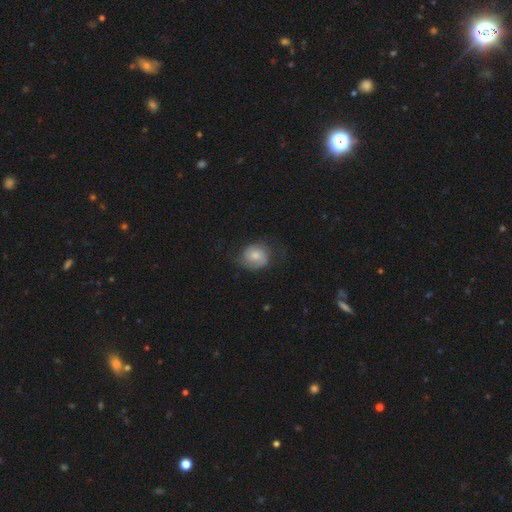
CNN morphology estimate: smooth-or-featured: smooth: 59% | featured or disk: 33% | star or artifact: 7%
  how-rounded: round: 67% | in between: 32% | cigar-shaped: 1%
  merging: none: 56% | minor disturbance: 27% | major disturbance: 16% | merger: 1%